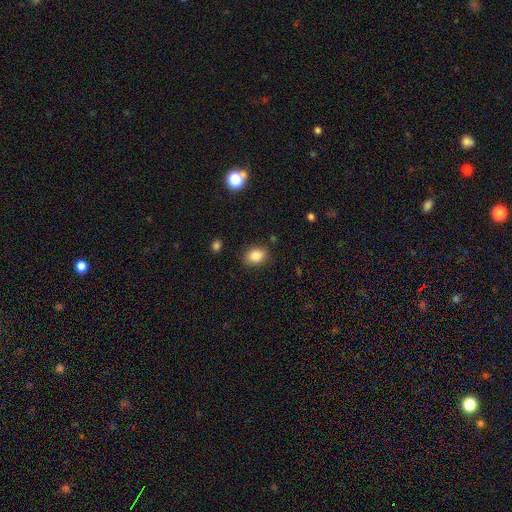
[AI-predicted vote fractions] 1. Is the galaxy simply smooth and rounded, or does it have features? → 84% smooth, 10% star or artifact, 6% featured or disk.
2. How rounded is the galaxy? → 64% in between, 35% round, 1% cigar-shaped.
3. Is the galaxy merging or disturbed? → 84% none, 12% minor disturbance, 3% major disturbance, 2% merger.